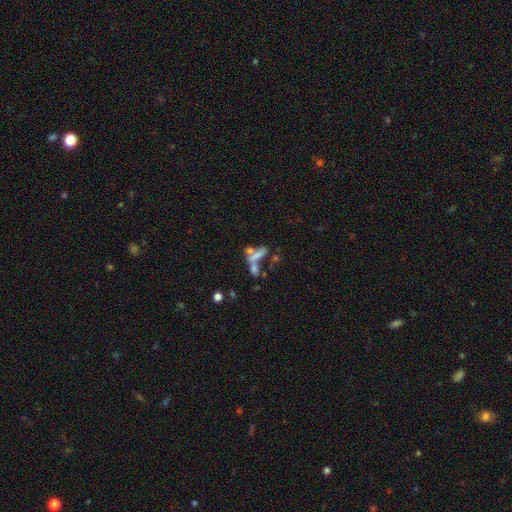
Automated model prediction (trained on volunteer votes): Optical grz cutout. It shows a smooth galaxy with no disk features (53%) that is in between round and cigar-shaped (48%). Merging: merger (52%).